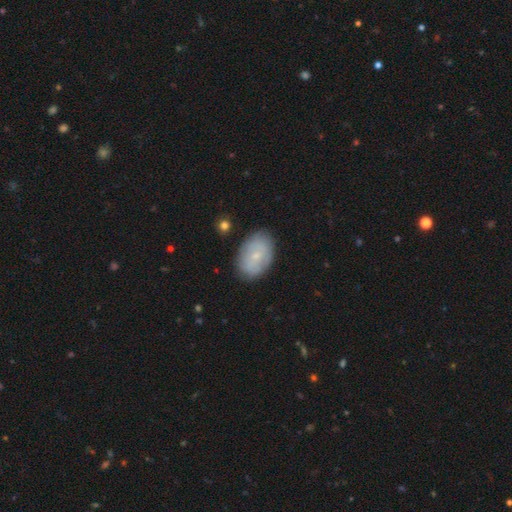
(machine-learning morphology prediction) Smooth or featured? Predicted: smooth (p=0.55). How rounded? Predicted: in between (p=0.86). Merging? Predicted: none (p=0.81).